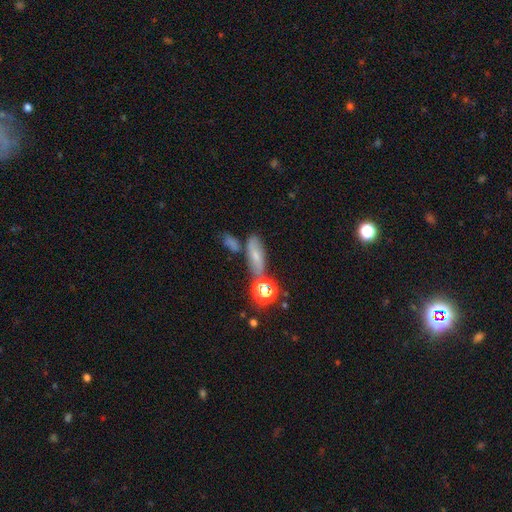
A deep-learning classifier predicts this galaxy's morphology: Smooth or featured: smooth — 51% (featured or disk — 32%)
How rounded: in between — 53% (cigar-shaped — 31%)
Merging: none — 60% (merger — 17%)